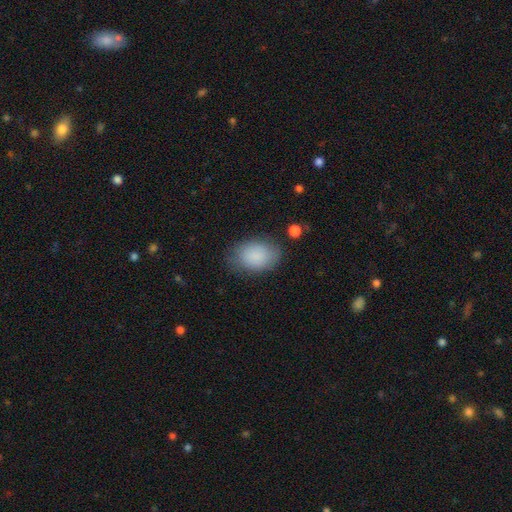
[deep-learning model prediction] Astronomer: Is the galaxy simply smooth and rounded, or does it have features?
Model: smooth — 87%.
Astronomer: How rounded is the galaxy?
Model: in between — 83%.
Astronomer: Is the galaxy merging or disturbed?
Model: none — 77%.